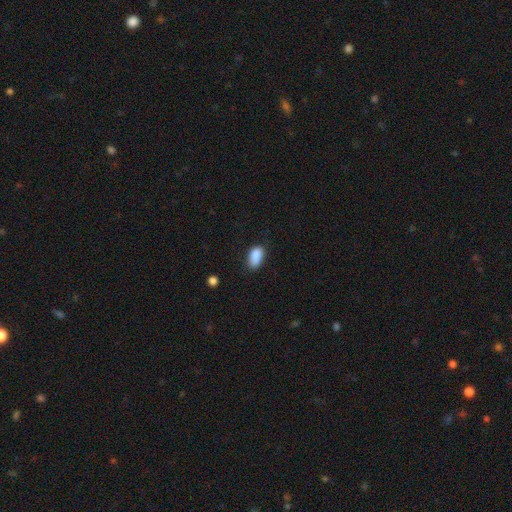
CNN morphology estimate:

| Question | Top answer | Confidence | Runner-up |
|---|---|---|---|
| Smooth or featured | smooth | 87% | star or artifact (8%) |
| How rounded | in between | 91% | round (5%) |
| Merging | none | 65% | minor disturbance (28%) |